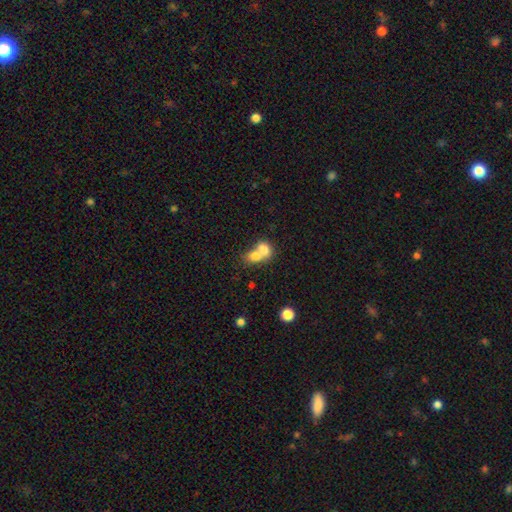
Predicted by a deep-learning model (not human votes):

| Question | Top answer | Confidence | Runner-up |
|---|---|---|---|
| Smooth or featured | smooth | 75% | featured or disk (16%) |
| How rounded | in between | 59% | round (40%) |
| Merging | merger | 75% | none (17%) |